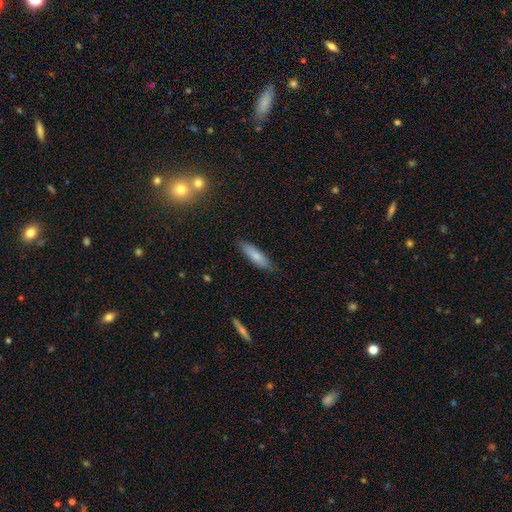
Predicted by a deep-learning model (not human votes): The model was most divided on "how rounded": cigar-shaped: 62%, in between: 36%, round: 2%. More confident: merging — none (83%); smooth or featured — smooth (76%).